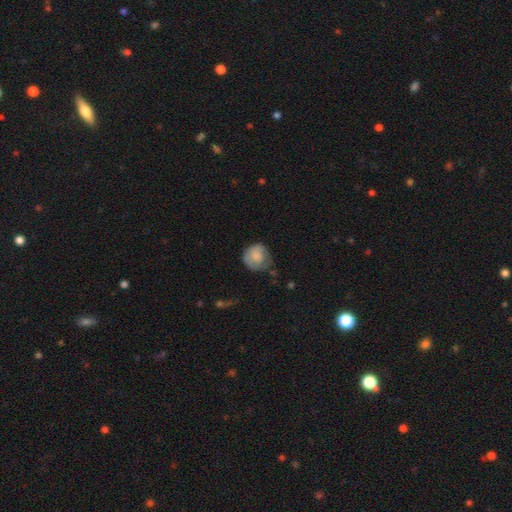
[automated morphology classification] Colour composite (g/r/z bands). It shows a smooth galaxy with no disk features (68%) that is round (84%). Merging: none (52%).